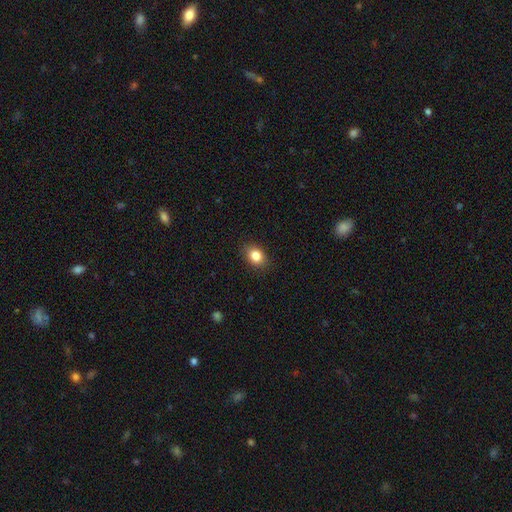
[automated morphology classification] smooth_or_featured: smooth (p=0.84) [alt: star or artifact p=0.09]
how_rounded: in between (p=0.69) [alt: round p=0.29]
merging: none (p=0.87) [alt: minor disturbance p=0.10]